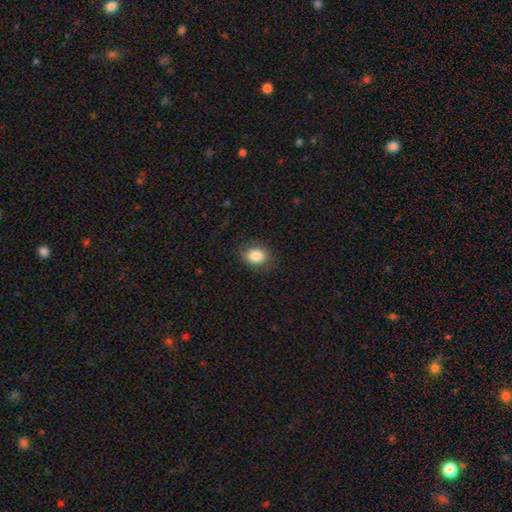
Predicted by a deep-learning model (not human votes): Smooth or featured: smooth — 84% (star or artifact — 8%)
How rounded: in between — 59% (round — 40%)
Merging: none — 81% (minor disturbance — 14%)